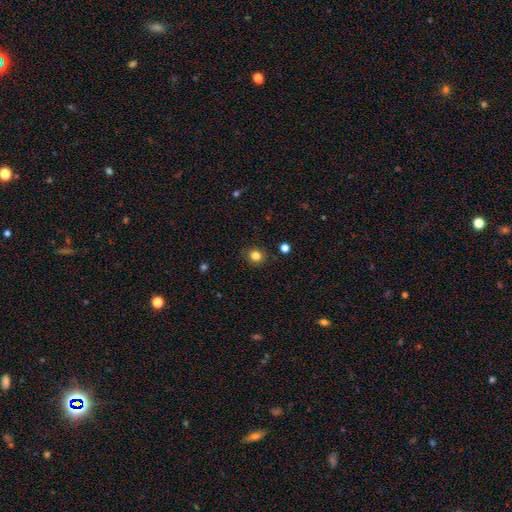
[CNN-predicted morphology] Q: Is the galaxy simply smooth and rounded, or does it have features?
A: smooth — 83%.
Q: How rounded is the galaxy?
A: round — 83%.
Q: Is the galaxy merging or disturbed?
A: none — 87%.